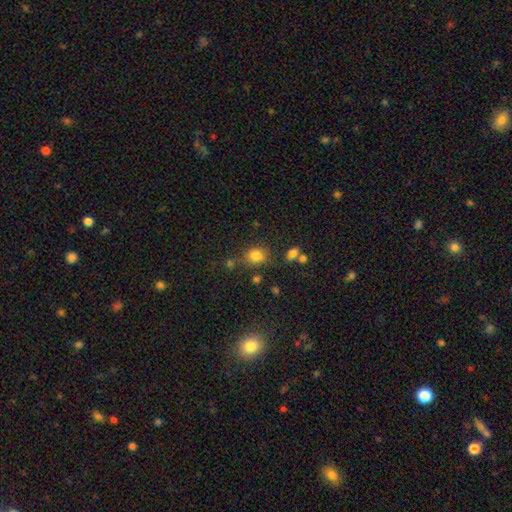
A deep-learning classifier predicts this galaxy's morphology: Smooth or featured? smooth (79%)
How rounded? round (65%)
Merging? none (68%)